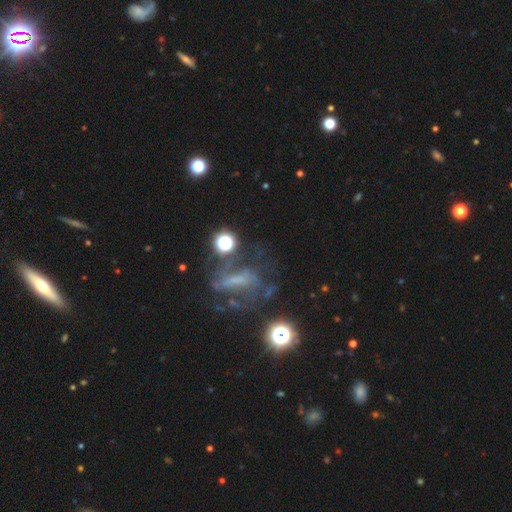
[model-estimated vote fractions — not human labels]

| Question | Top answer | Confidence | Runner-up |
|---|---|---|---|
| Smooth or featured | featured or disk | 54% | star or artifact (27%) |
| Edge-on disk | no | 75% | yes (25%) |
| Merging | none | 56% | major disturbance (18%) |